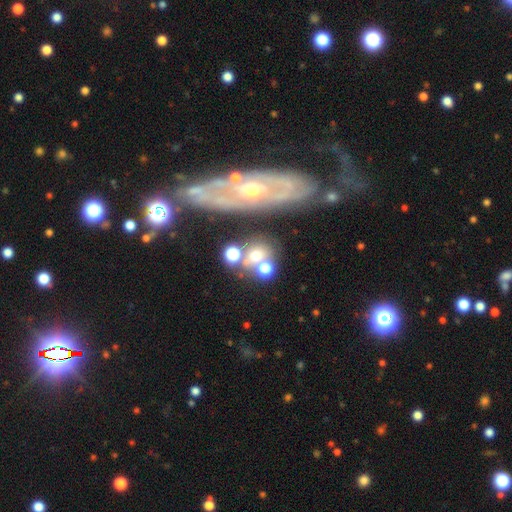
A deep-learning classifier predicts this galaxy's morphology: type=smooth (53%); roundness=round (70%); merging=none (52%).